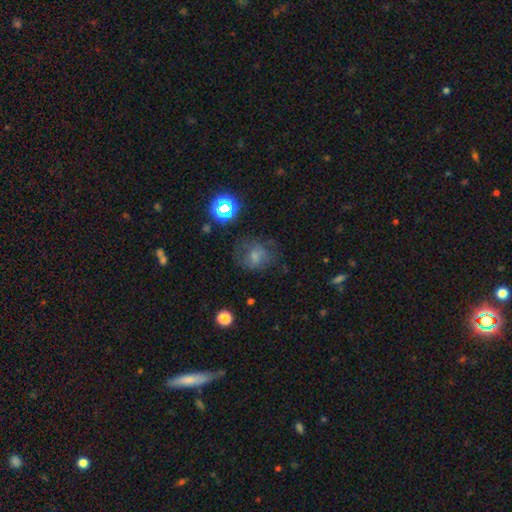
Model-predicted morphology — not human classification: type=smooth (62%); roundness=round (71%); merging=none (58%).